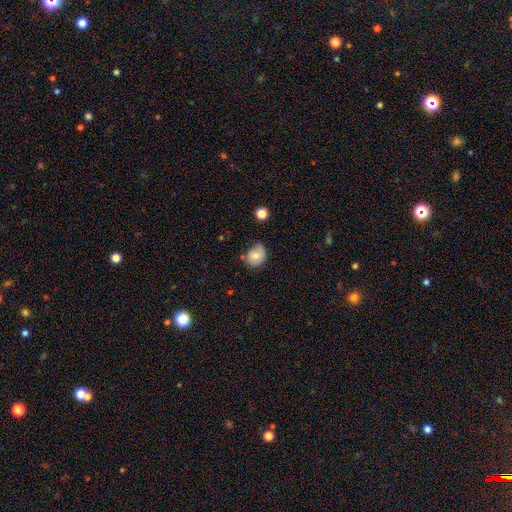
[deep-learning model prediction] Smooth or featured: smooth — 73% (featured or disk — 18%)
How rounded: round — 53% (in between — 46%)
Merging: none — 54% (minor disturbance — 35%)